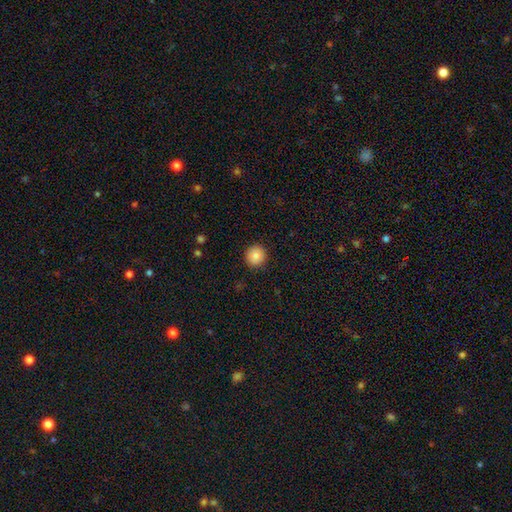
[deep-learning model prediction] Smooth or featured? smooth (85%)
How rounded? round (93%)
Merging? none (92%)